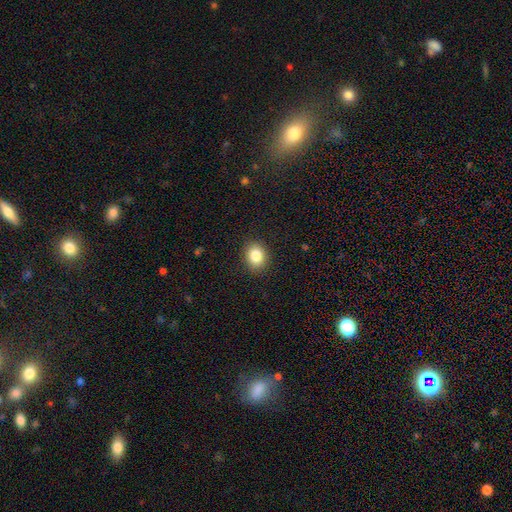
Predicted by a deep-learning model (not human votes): The model was most divided on "how rounded": round: 55%, in between: 44%, cigar-shaped: 1%. More confident: merging — none (88%); smooth or featured — smooth (85%).